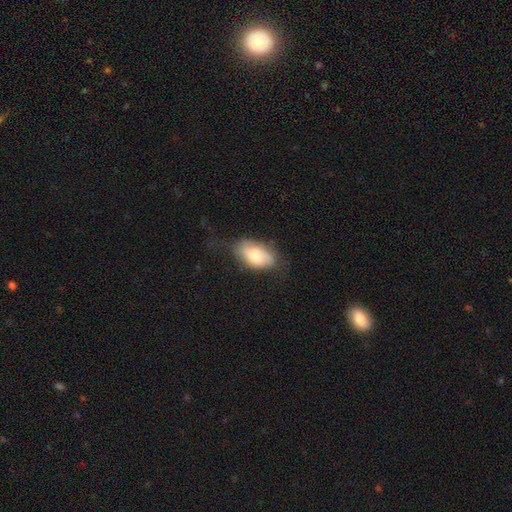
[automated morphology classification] smooth-or-featured: smooth: 65% | featured or disk: 28% | star or artifact: 7%
  how-rounded: in between: 93% | round: 4% | cigar-shaped: 3%
  merging: none: 53% | minor disturbance: 31% | major disturbance: 14% | merger: 2%